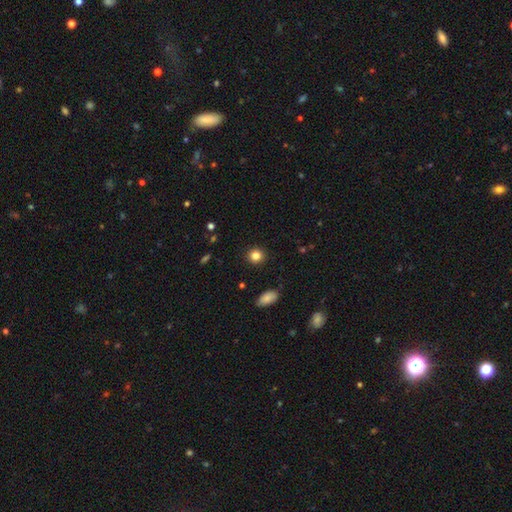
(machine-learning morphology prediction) A smooth galaxy with no disk features (84%) that is round (88%). Merging: none (91%).